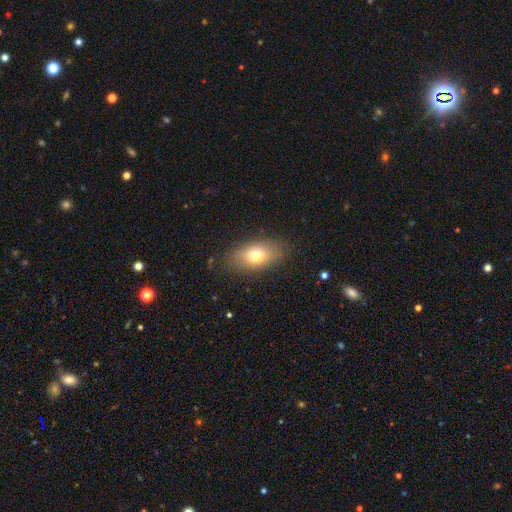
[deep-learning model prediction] smooth 75%, featured or disk 16%, star or artifact 9%. Down the decision tree: how rounded — in between (86%); merging — none (82%).